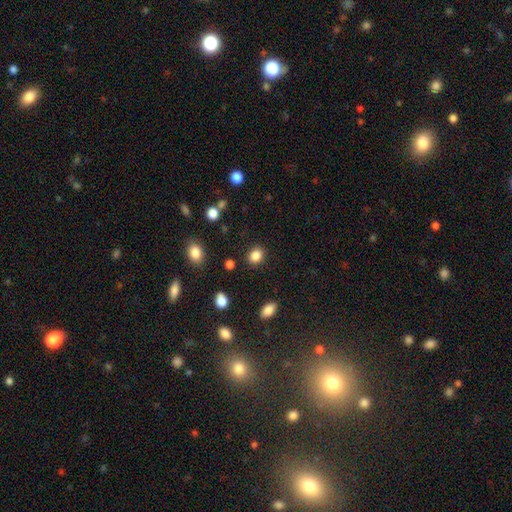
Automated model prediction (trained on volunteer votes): Morphology: type=smooth (85%); roundness=round (58%); merging=none (87%).